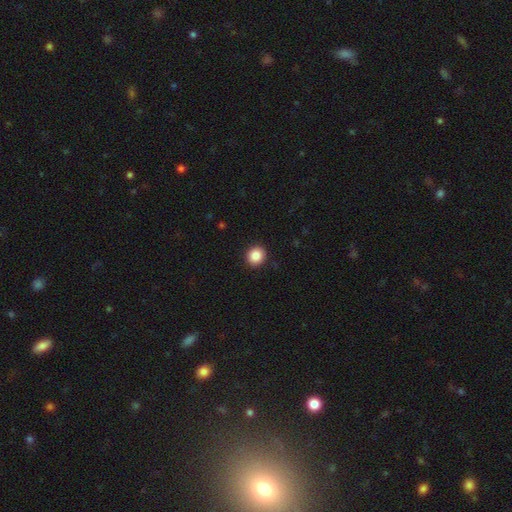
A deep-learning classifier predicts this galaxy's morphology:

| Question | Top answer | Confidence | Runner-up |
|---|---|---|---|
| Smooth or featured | smooth | 88% | star or artifact (9%) |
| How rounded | round | 83% | in between (16%) |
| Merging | none | 92% | minor disturbance (5%) |